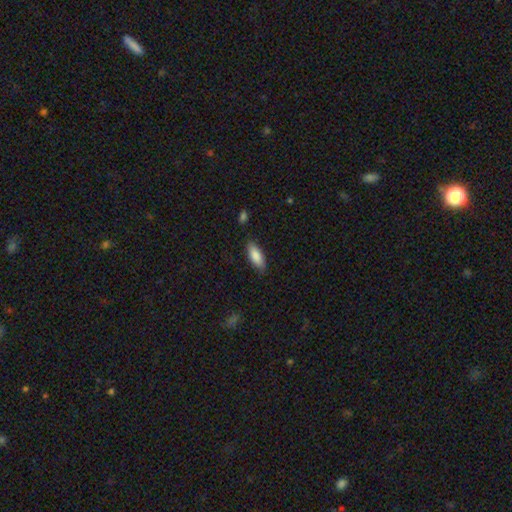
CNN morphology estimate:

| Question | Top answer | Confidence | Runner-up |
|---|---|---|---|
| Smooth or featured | smooth | 86% | featured or disk (8%) |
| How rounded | in between | 76% | cigar-shaped (23%) |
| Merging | none | 82% | minor disturbance (14%) |